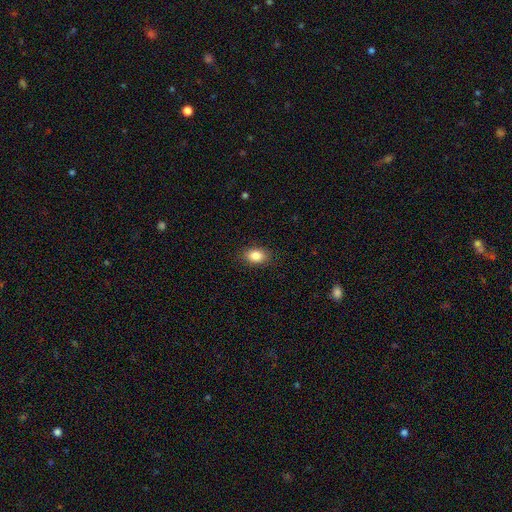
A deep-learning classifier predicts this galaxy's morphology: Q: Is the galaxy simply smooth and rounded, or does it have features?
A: smooth — 85%.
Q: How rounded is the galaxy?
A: in between — 81%.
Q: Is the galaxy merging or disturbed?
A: none — 87%.